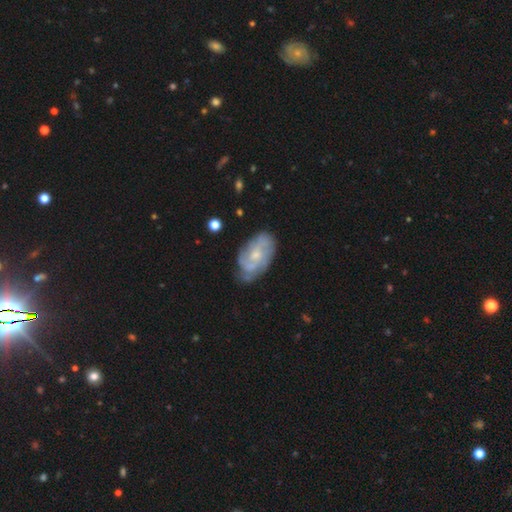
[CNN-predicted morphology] This appears to be a featured or disk galaxy (71%) with no bar (70%), tight (51%) spiral arms (84%) and a small central bulge (49%). Merging: none (66%).